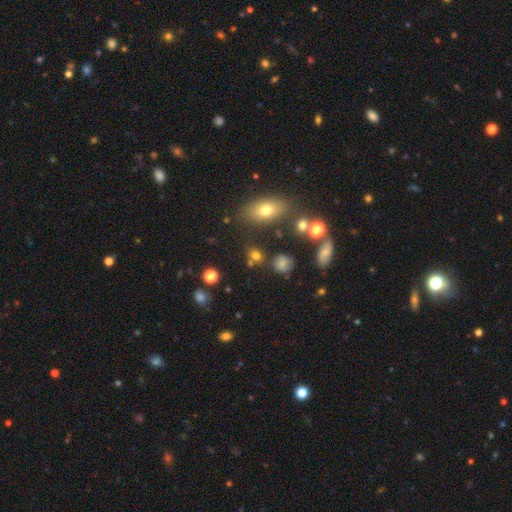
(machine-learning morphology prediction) smooth-or-featured: smooth: 72% | star or artifact: 19% | featured or disk: 9%
  how-rounded: round: 57% | in between: 40% | cigar-shaped: 3%
  merging: none: 68% | merger: 13% | minor disturbance: 12% | major disturbance: 6%